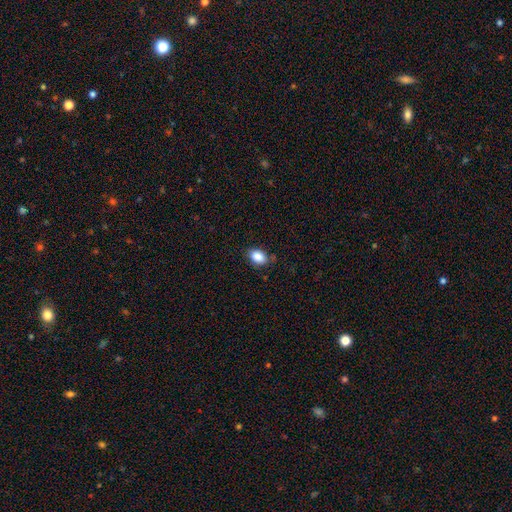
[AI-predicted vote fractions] A smooth galaxy with no disk features (87%) that is in between round and cigar-shaped (86%).

Vote fractions:
- Smooth or featured? smooth: 87% / star or artifact: 8% / featured or disk: 5%
- How rounded? in between: 86% / round: 13% / cigar-shaped: 1%
- Merging? none: 81% / minor disturbance: 15% / major disturbance: 3% / merger: 2%